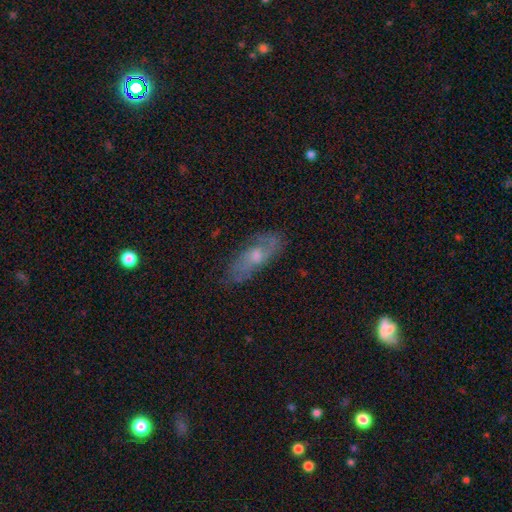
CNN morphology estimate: Overall: featured or disk (62%; smooth 30%). Edge-on disk: no (82%). Bar: no (68%; weak 28%). Spiral arms: yes (78%). Bulge size: moderate (58%; small 31%). Merging: none (73%).